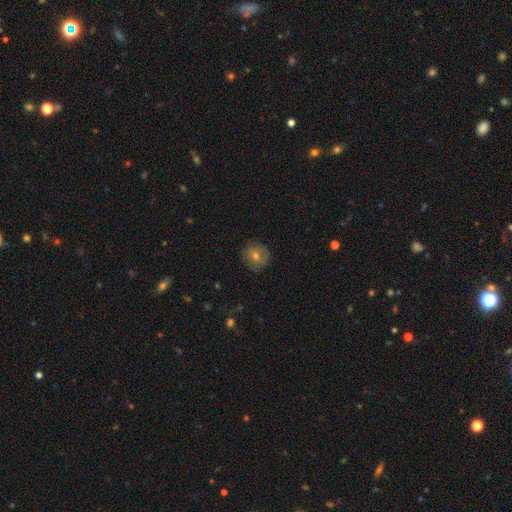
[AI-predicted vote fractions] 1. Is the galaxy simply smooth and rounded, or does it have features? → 53% smooth, 32% featured or disk, 15% star or artifact.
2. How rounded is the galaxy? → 89% round, 9% in between, 1% cigar-shaped.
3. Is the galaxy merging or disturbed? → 84% none, 12% minor disturbance, 3% major disturbance, 1% merger.